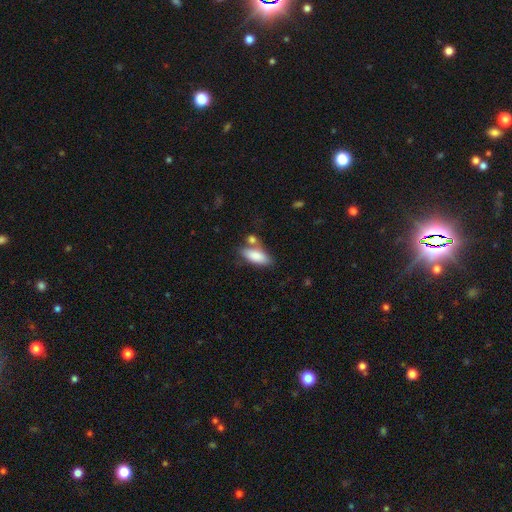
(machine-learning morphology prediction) smooth 84%, featured or disk 10%, star or artifact 6%. Down the decision tree: how rounded — in between (81%); merging — none (60%).